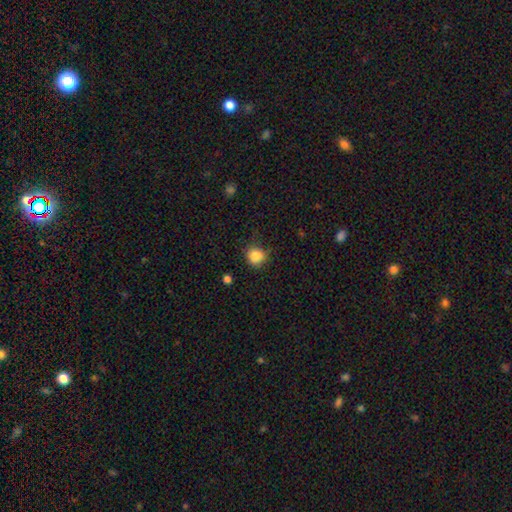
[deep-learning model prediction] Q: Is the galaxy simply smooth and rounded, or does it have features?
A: smooth — 85%.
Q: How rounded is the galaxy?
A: round — 88%.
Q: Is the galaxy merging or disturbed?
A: none — 78%.